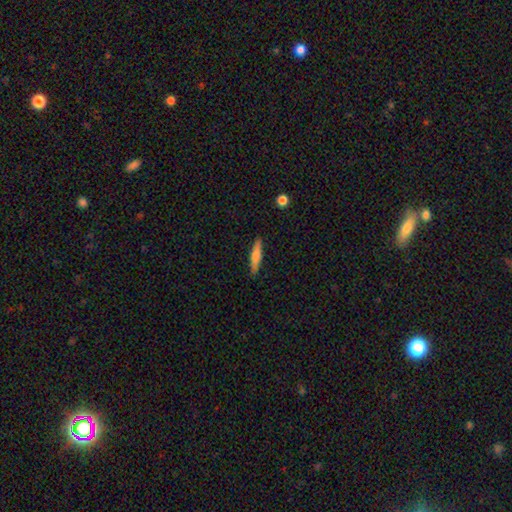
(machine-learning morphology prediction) Smooth or featured? smooth (59%)
How rounded? cigar-shaped (86%)
Merging? none (90%)